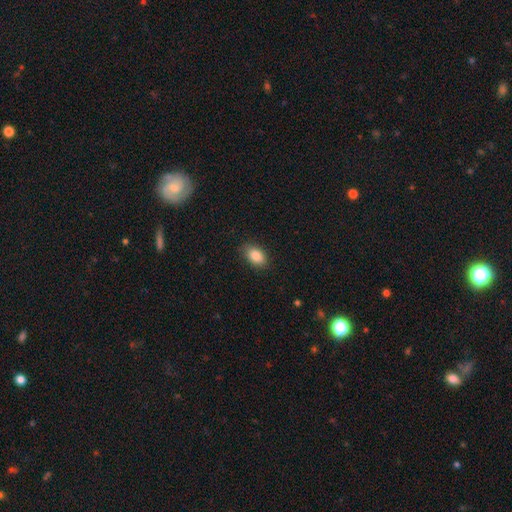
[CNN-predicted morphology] The model was most divided on "merging": none: 85%, minor disturbance: 11%, major disturbance: 3%, merger: 1%. More confident: how rounded — in between (89%); smooth or featured — smooth (87%).